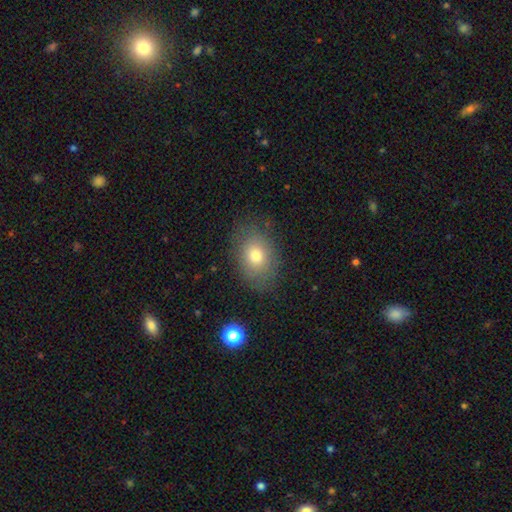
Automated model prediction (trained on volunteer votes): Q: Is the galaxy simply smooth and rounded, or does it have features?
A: smooth — 76%.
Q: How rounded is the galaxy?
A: in between — 71%.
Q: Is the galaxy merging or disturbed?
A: none — 80%.